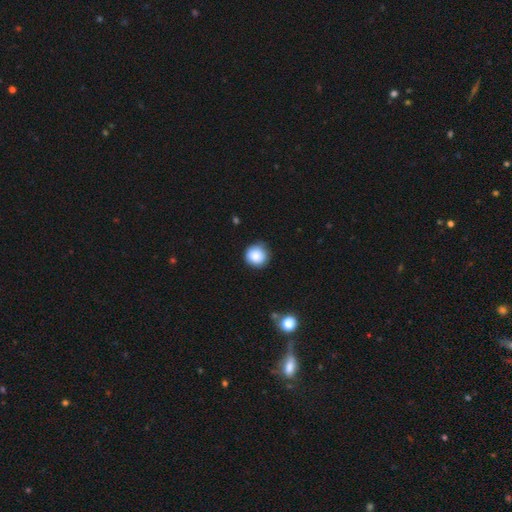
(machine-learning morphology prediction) Smooth or featured: smooth — 86% (star or artifact — 8%)
How rounded: round — 93% (in between — 6%)
Merging: none — 82% (minor disturbance — 14%)